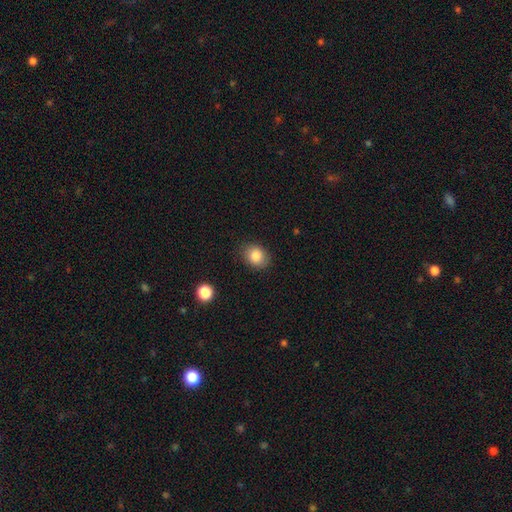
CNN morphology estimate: smooth_or_featured: smooth (p=0.85) [alt: star or artifact p=0.09]
how_rounded: round (p=0.51) [alt: in between p=0.48]
merging: none (p=0.85) [alt: minor disturbance p=0.11]